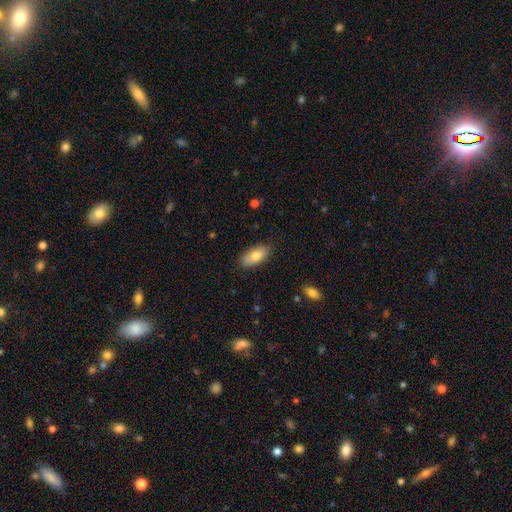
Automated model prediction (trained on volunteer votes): Overall: smooth (80%). How rounded: in between (87%). Merging: none (83%).